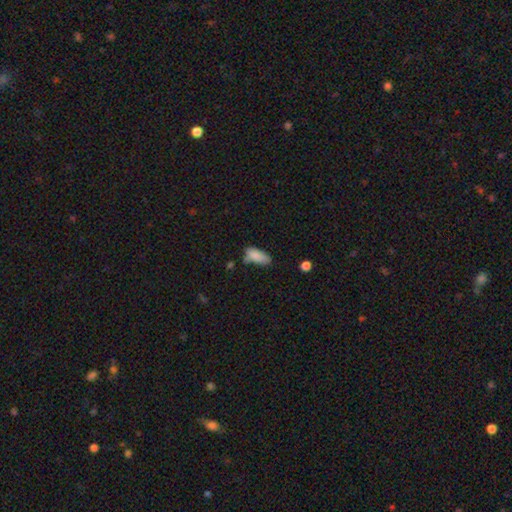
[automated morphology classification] smooth-or-featured: smooth: 85% | featured or disk: 8% | star or artifact: 8%
  how-rounded: in between: 83% | cigar-shaped: 15% | round: 2%
  merging: none: 50% | minor disturbance: 31% | merger: 10% | major disturbance: 9%